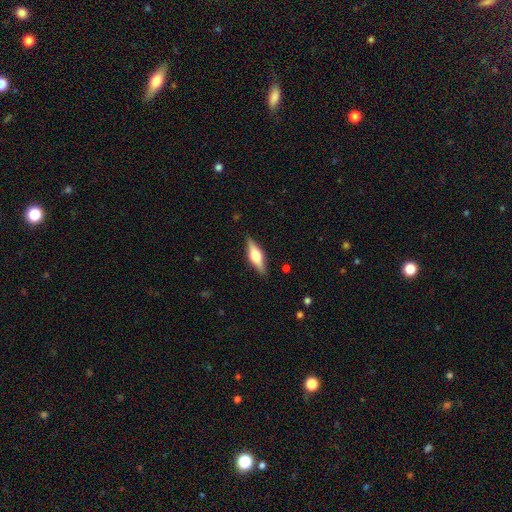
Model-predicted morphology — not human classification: Smooth or featured?
  - featured or disk: 52% *
  - smooth: 42%
  - star or artifact: 6%
Edge-on disk?
  - yes: 94% *
  - no: 6%
Merging?
  - none: 87% *
  - minor disturbance: 9%
  - major disturbance: 2%
  - merger: 1%